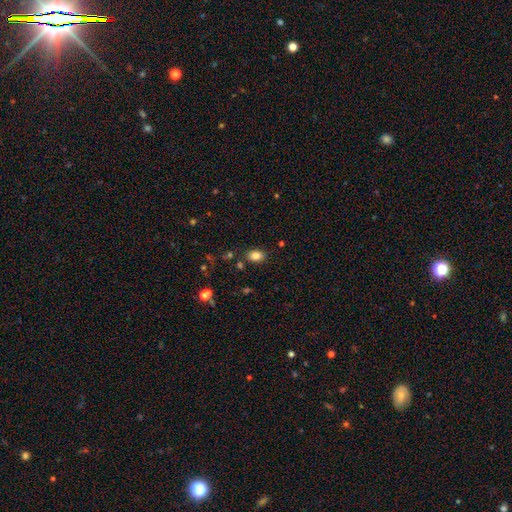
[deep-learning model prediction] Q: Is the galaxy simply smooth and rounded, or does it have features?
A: smooth — 83%.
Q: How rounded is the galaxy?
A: in between — 74%.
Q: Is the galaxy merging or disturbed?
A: none — 82%.